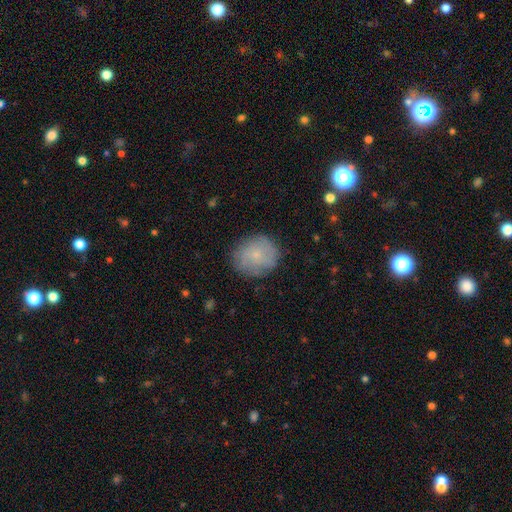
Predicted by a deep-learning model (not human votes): A smooth galaxy with no disk features (60%) that is round (82%). Merging: none (80%).